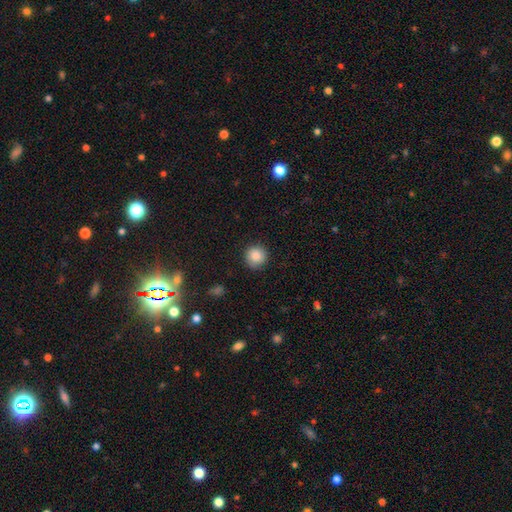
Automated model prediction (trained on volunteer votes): This appears to be a smooth galaxy with no disk features (87%) that is round (94%). Merging: none (88%).